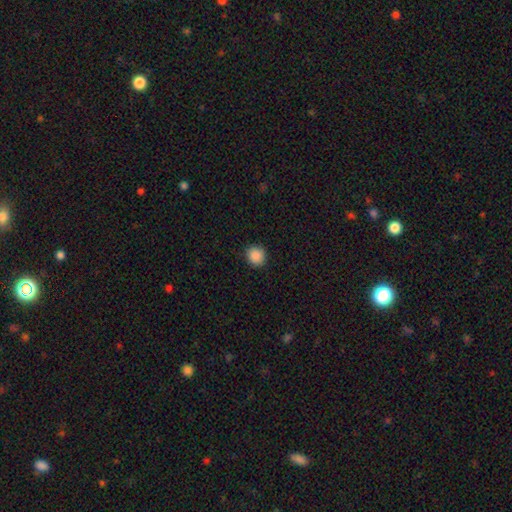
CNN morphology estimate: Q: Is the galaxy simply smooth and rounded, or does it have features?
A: smooth — 88%.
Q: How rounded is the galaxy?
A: round — 91%.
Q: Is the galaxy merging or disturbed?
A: none — 91%.